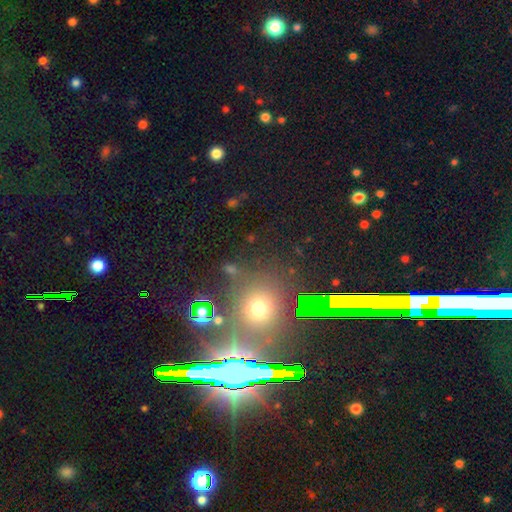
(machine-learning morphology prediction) This is possibly a star or artifact rather than a galaxy (57%).